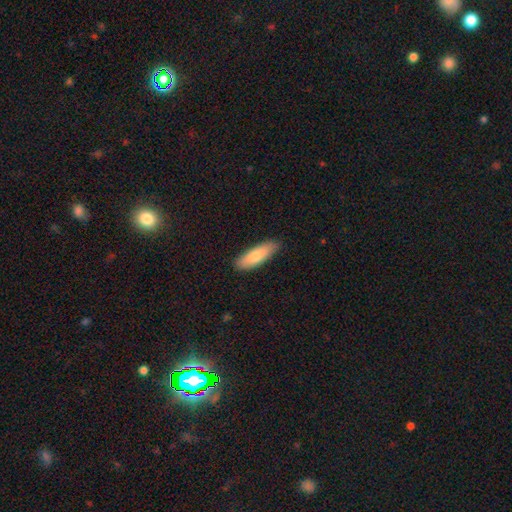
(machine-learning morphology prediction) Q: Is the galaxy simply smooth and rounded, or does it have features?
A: smooth — 80%.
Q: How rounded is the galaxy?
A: in between — 51%.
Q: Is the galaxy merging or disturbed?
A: none — 86%.